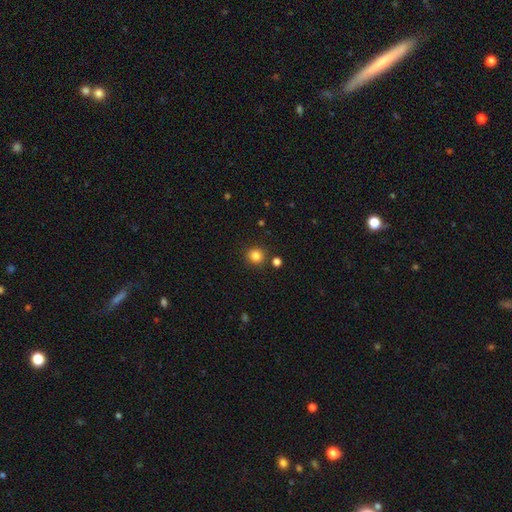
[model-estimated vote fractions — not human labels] Smooth or featured? smooth (84%)
How rounded? round (89%)
Merging? none (86%)